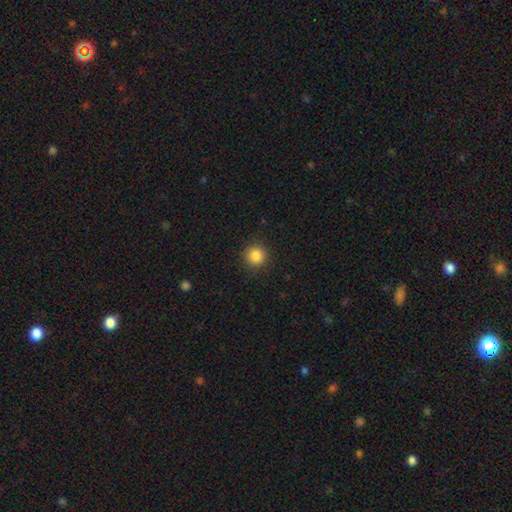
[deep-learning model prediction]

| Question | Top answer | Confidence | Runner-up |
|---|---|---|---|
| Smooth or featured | smooth | 85% | star or artifact (11%) |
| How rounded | round | 95% | in between (4%) |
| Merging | none | 91% | minor disturbance (6%) |